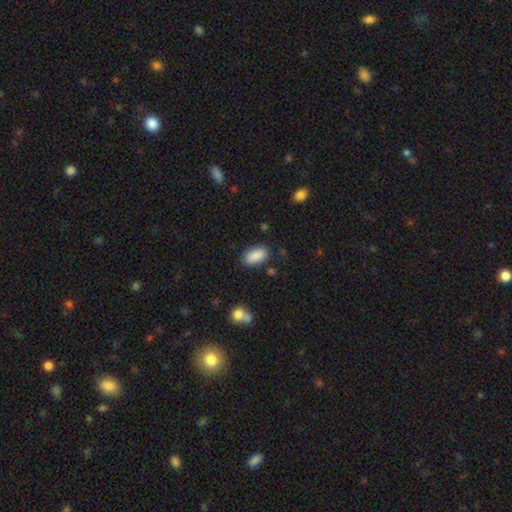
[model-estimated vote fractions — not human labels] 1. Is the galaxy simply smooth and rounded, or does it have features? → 88% smooth, 7% star or artifact, 5% featured or disk.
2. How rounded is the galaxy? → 92% in between, 4% cigar-shaped, 3% round.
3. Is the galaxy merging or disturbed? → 82% none, 12% minor disturbance, 3% major disturbance, 3% merger.